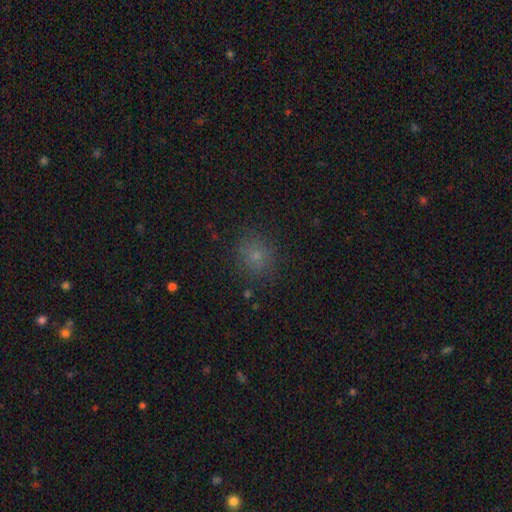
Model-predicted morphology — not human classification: A smooth galaxy with no disk features (72%) that is round (83%).

Vote fractions:
- Smooth or featured? smooth: 72% / star or artifact: 20% / featured or disk: 8%
- How rounded? round: 83% / in between: 16% / cigar-shaped: 1%
- Merging? none: 84% / minor disturbance: 11% / major disturbance: 4% / merger: 1%